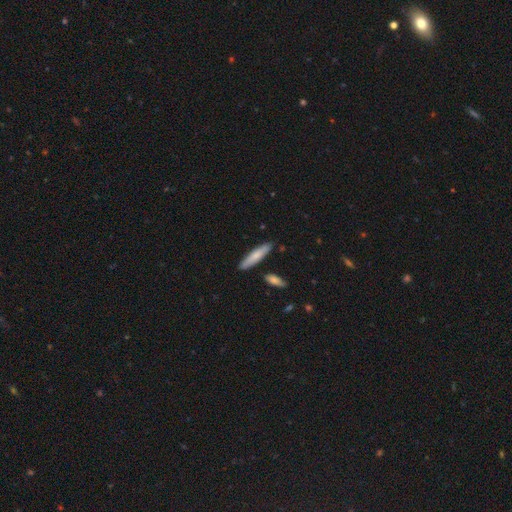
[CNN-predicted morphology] smooth_or_featured: smooth (p=0.75) [alt: featured or disk p=0.20]
how_rounded: cigar-shaped (p=0.81) [alt: in between p=0.17]
merging: none (p=0.84) [alt: minor disturbance p=0.10]